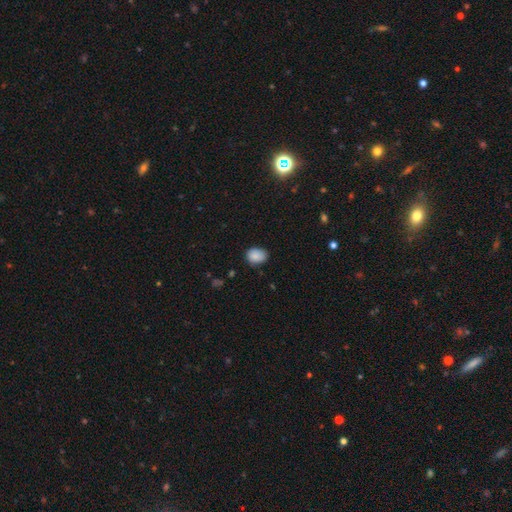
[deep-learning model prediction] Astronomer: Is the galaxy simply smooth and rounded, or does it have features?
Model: smooth — 87%.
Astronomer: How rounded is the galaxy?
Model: in between — 64%.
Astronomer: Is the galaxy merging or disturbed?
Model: none — 73%.